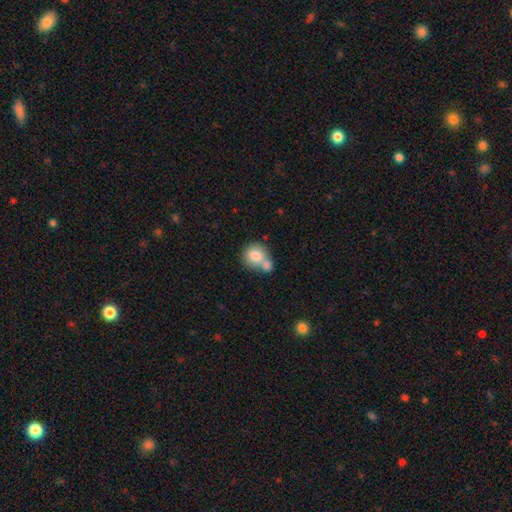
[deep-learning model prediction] Smooth or featured: smooth — 77% (featured or disk — 15%)
How rounded: round — 80% (in between — 19%)
Merging: merger — 49% (none — 37%)